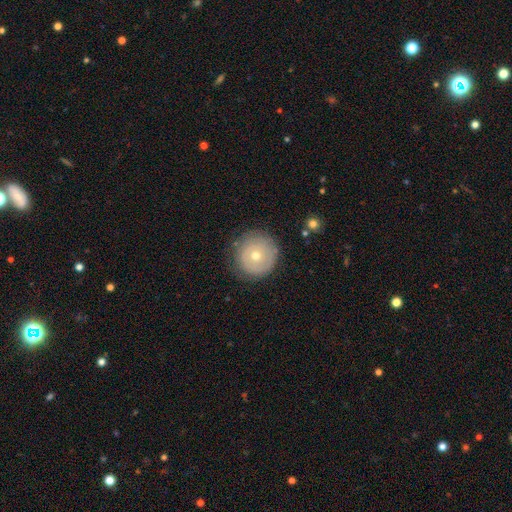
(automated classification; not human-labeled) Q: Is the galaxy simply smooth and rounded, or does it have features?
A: smooth — 53%.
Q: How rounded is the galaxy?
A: round — 95%.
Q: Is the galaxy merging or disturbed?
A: none — 81%.